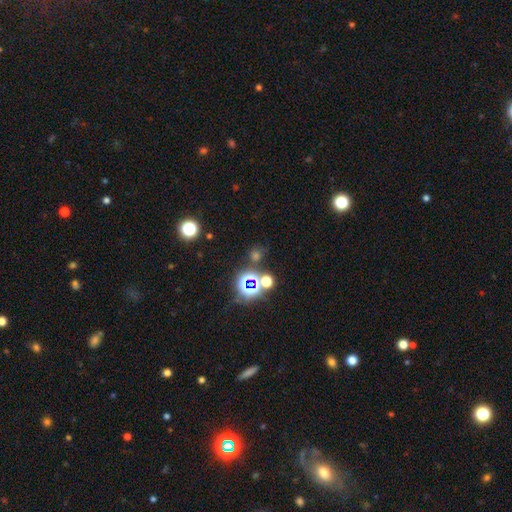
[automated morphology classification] Smooth or featured? Predicted: star or artifact (p=0.53).